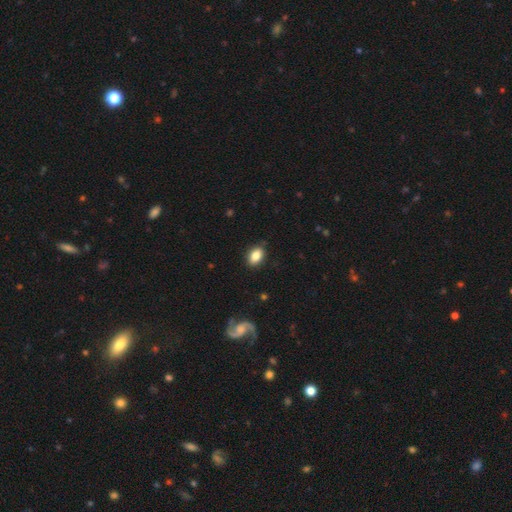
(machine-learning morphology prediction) A smooth galaxy with no disk features (84%) that is in between round and cigar-shaped (86%).

Vote fractions:
- Smooth or featured? smooth: 84% / featured or disk: 9% / star or artifact: 8%
- How rounded? in between: 86% / round: 12% / cigar-shaped: 2%
- Merging? none: 84% / minor disturbance: 12% / major disturbance: 3% / merger: 1%